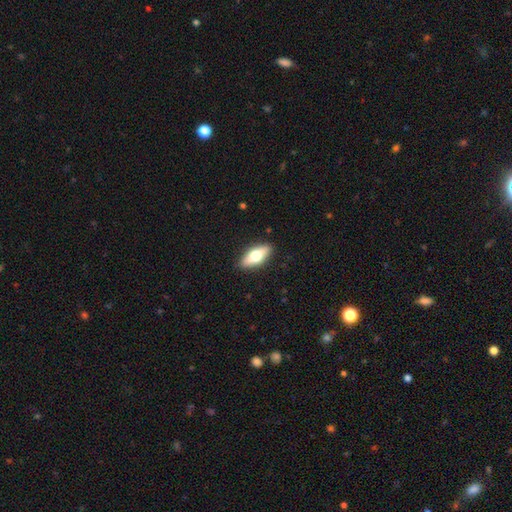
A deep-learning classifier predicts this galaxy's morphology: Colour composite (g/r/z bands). It shows a smooth galaxy with no disk features (63%) that is in between round and cigar-shaped (77%). Merging: none (89%).